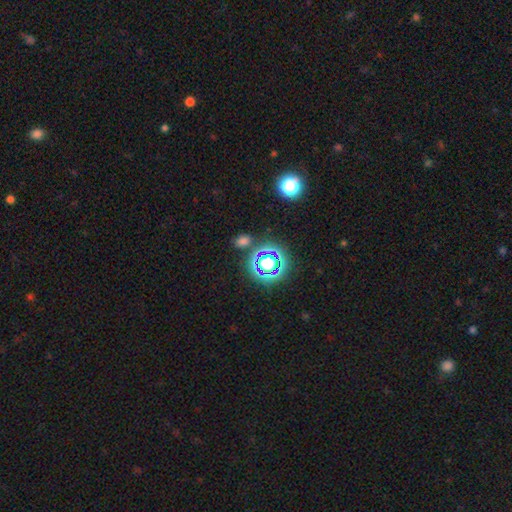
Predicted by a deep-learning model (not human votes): Smooth or featured? star or artifact (75%)